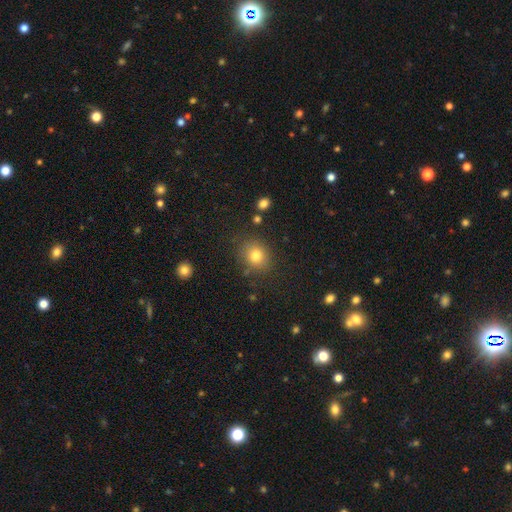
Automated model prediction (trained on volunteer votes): Morphology: type=smooth (80%); roundness=round (67%); merging=none (81%).